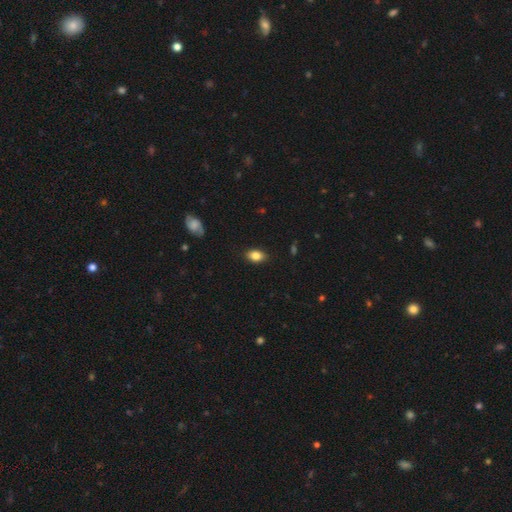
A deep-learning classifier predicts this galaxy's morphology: Q: Smooth or featured?
A: smooth (84%); runner-up: star or artifact (8%)
Q: How rounded?
A: in between (86%); runner-up: round (13%)
Q: Merging?
A: none (86%); runner-up: minor disturbance (11%)